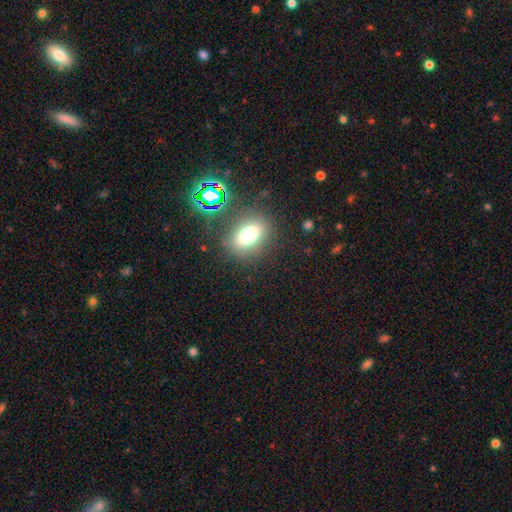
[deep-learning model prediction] smooth-or-featured: smooth: 62% | star or artifact: 24% | featured or disk: 14%
  how-rounded: in between: 71% | round: 25% | cigar-shaped: 4%
  merging: none: 78% | minor disturbance: 10% | merger: 8% | major disturbance: 4%